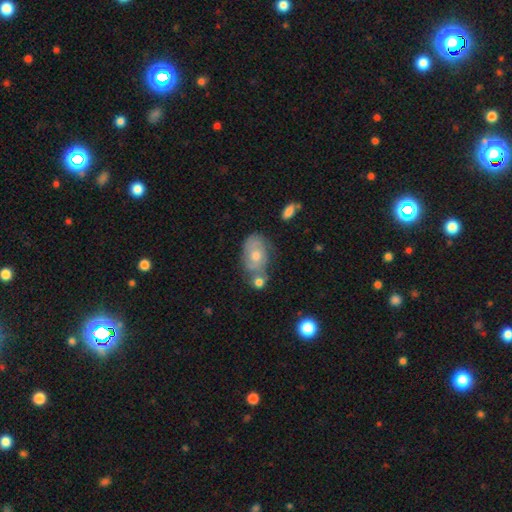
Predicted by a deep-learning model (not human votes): Overall: smooth (47%; featured or disk 43%). Merging: none (49%; minor disturbance 22%).